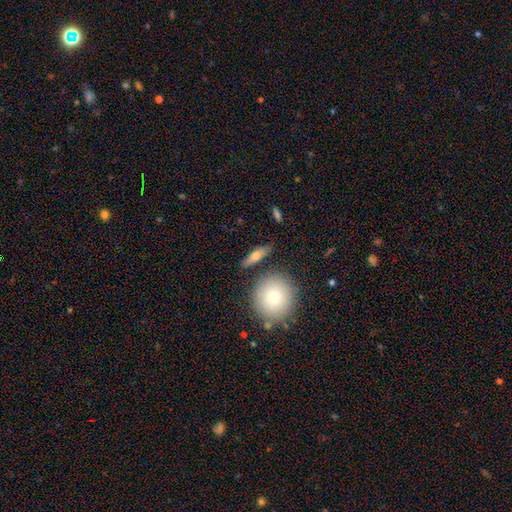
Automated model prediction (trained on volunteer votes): smooth_or_featured: smooth (p=0.70) [alt: featured or disk p=0.22]
how_rounded: in between (p=0.48) [alt: cigar-shaped p=0.43]
merging: none (p=0.80) [alt: minor disturbance p=0.11]